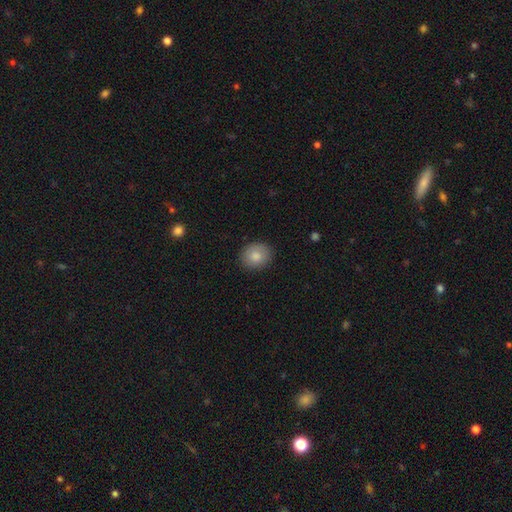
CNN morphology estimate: Smooth or featured? smooth (83%)
How rounded? round (67%)
Merging? none (87%)